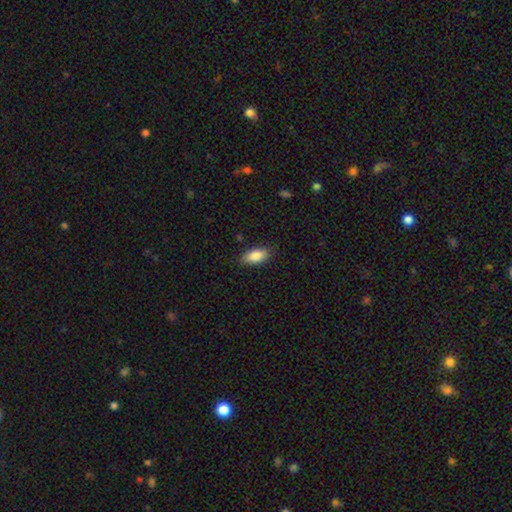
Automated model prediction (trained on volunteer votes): smooth-or-featured: smooth: 86% | featured or disk: 8% | star or artifact: 7%
  how-rounded: in between: 90% | cigar-shaped: 7% | round: 3%
  merging: none: 84% | minor disturbance: 13% | major disturbance: 3% | merger: 1%